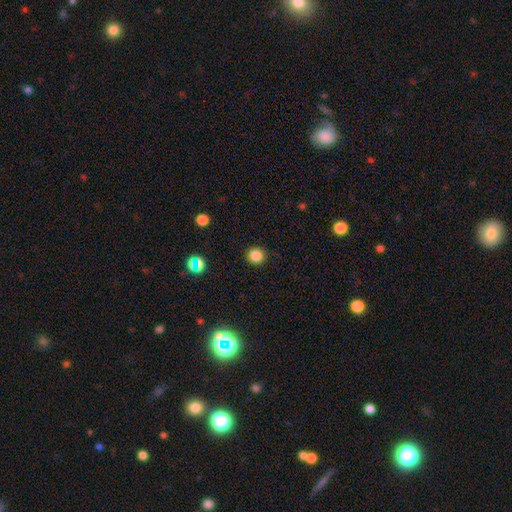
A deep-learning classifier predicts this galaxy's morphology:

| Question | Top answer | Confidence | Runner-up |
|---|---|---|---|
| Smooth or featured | smooth | 83% | star or artifact (13%) |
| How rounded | round | 92% | in between (8%) |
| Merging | none | 91% | minor disturbance (6%) |